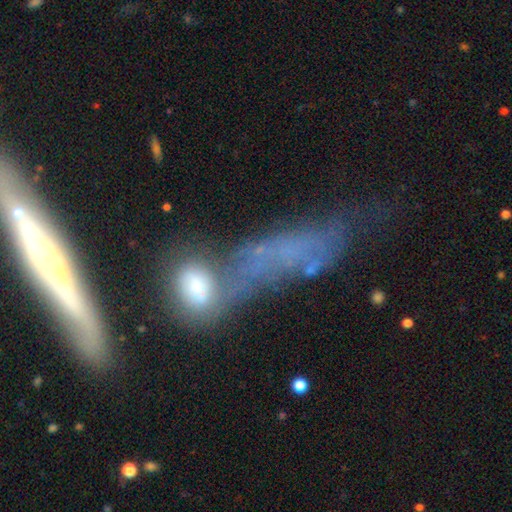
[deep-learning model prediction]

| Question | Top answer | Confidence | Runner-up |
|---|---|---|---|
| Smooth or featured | smooth | 42% | featured or disk (39%) |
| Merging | none | 39% | merger (25%) |